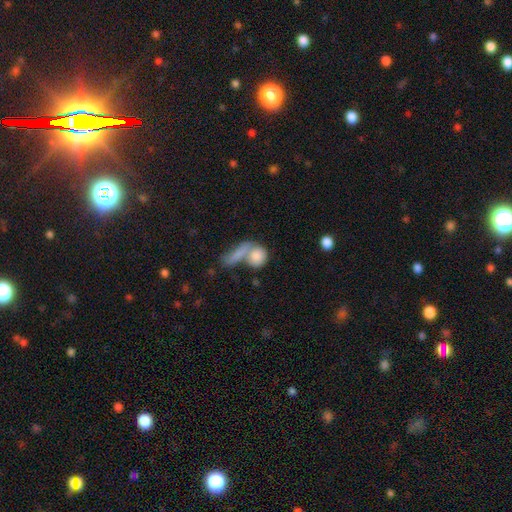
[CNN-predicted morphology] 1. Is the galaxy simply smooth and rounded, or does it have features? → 81% smooth, 12% featured or disk, 7% star or artifact.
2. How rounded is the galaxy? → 62% round, 30% in between, 8% cigar-shaped.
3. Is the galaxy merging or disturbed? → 48% merger, 35% none, 10% minor disturbance, 7% major disturbance.